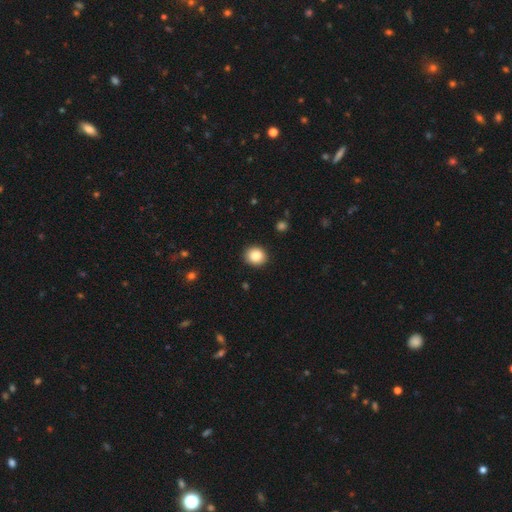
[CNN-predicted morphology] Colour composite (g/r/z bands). It shows a smooth galaxy with no disk features (87%) that is round (74%). Merging: none (90%).